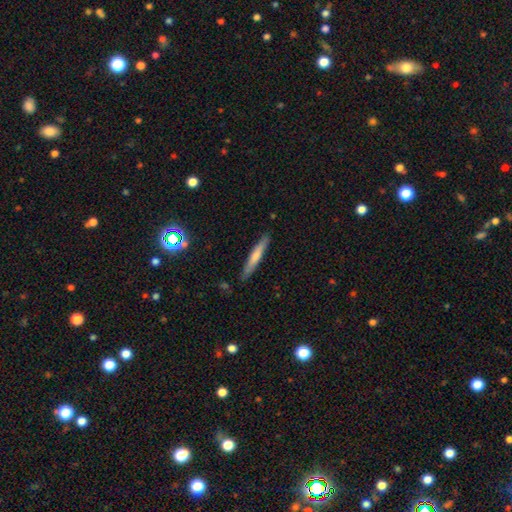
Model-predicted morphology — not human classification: type=smooth (65%); roundness=cigar-shaped (94%); merging=none (86%).